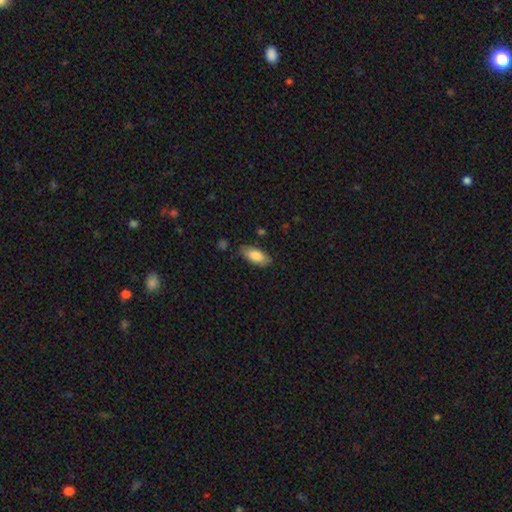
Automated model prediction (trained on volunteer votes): This is clearly a smooth galaxy (82%). How rounded: clearly in between (86%). Merging: clearly none (80%).